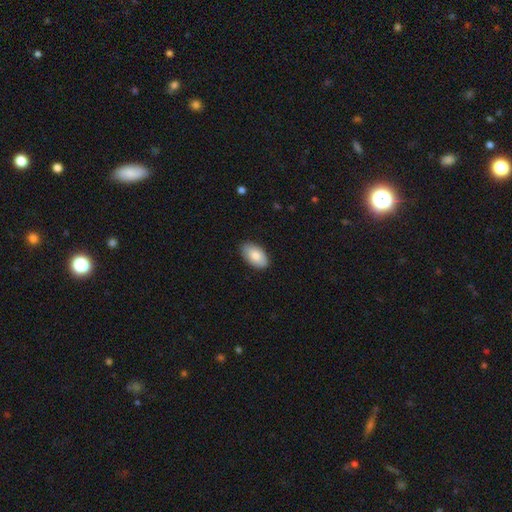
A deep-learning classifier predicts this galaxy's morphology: This is clearly a smooth galaxy (84%). How rounded: clearly in between (95%). Merging: clearly none (87%).